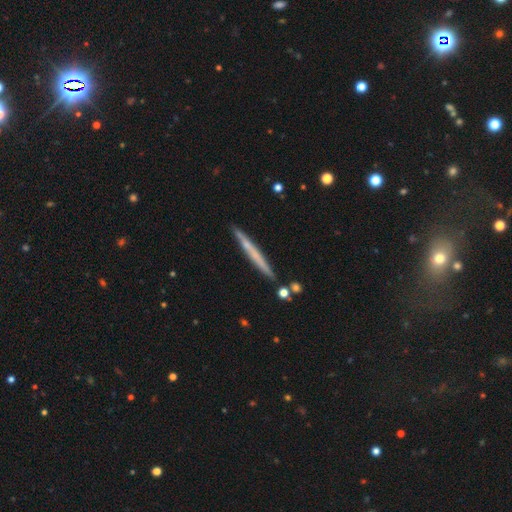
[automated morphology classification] smooth_or_featured: smooth (p=0.50) [alt: featured or disk p=0.45]
merging: none (p=0.88) [alt: minor disturbance p=0.08]